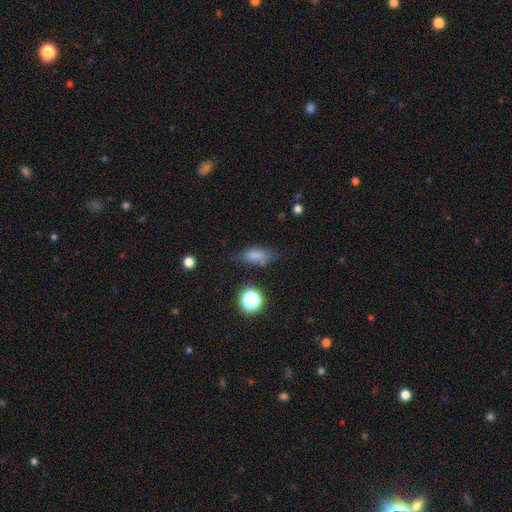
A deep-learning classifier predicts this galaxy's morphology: Smooth or featured: smooth — 73% (star or artifact — 15%)
How rounded: in between — 74% (cigar-shaped — 16%)
Merging: none — 54% (minor disturbance — 29%)